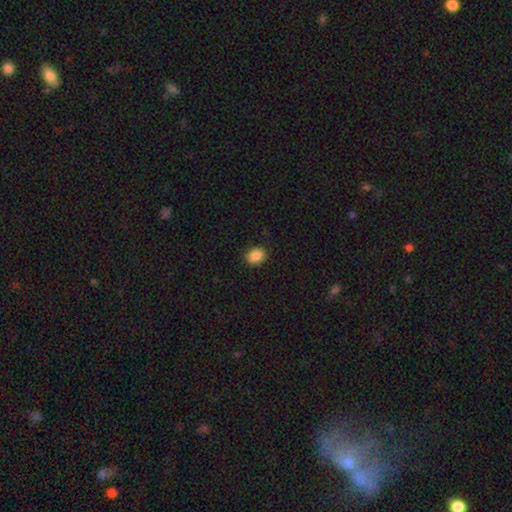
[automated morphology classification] Smooth or featured? Predicted: smooth (p=0.88). How rounded? Predicted: in between (p=0.66). Merging? Predicted: none (p=0.88).